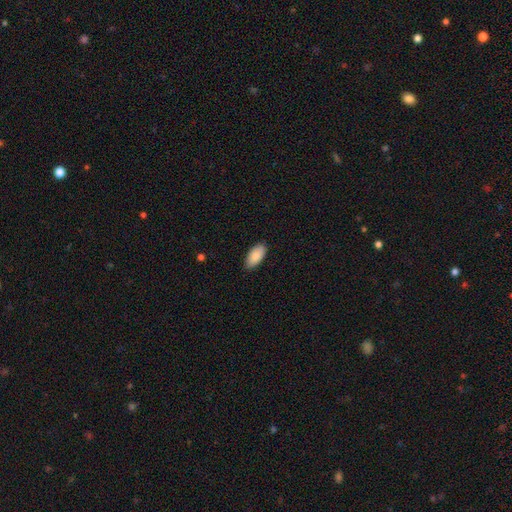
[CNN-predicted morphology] Smooth or featured? smooth (88%)
How rounded? in between (94%)
Merging? none (87%)